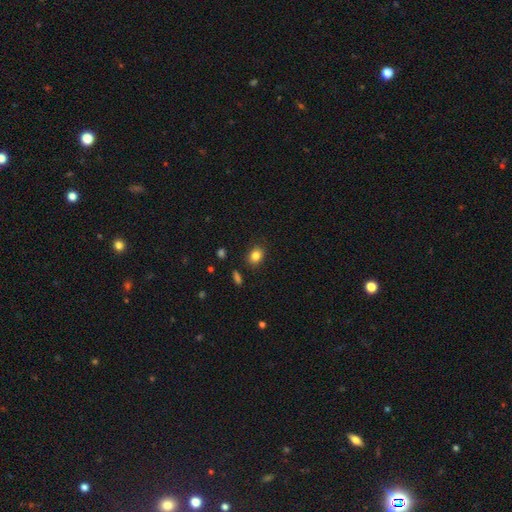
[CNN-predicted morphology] smooth-or-featured: smooth: 84% | star or artifact: 10% | featured or disk: 6%
  how-rounded: round: 51% | in between: 48% | cigar-shaped: 1%
  merging: none: 86% | minor disturbance: 10% | major disturbance: 2% | merger: 2%